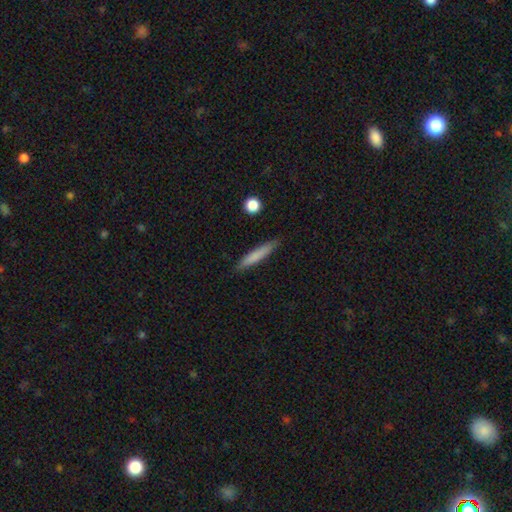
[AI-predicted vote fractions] The model was most divided on "smooth or featured": smooth: 75%, featured or disk: 18%, star or artifact: 6%. More confident: how rounded — cigar-shaped (92%); merging — none (87%).